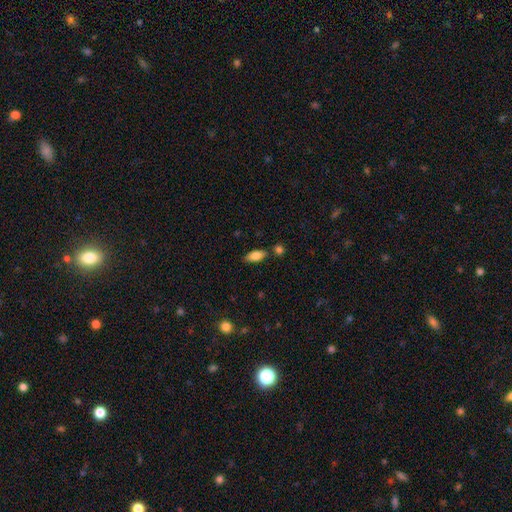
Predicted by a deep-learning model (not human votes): Overall: smooth (81%). How rounded: in between (85%). Merging: none (78%).